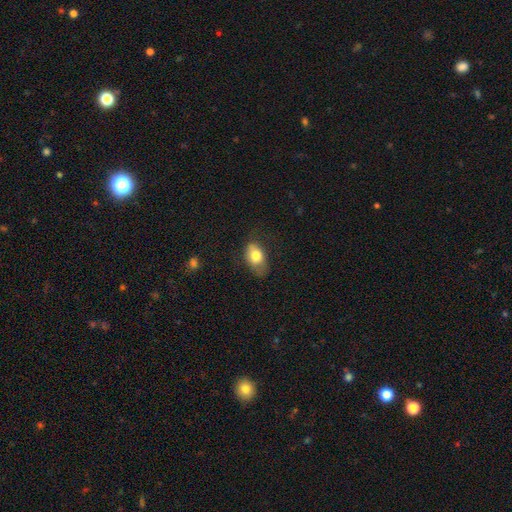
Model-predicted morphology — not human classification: A smooth galaxy with no disk features (76%) that is in between round and cigar-shaped (87%).

Vote fractions:
- Smooth or featured? smooth: 76% / featured or disk: 16% / star or artifact: 7%
- How rounded? in between: 87% / round: 11% / cigar-shaped: 2%
- Merging? none: 60% / minor disturbance: 28% / major disturbance: 11% / merger: 2%